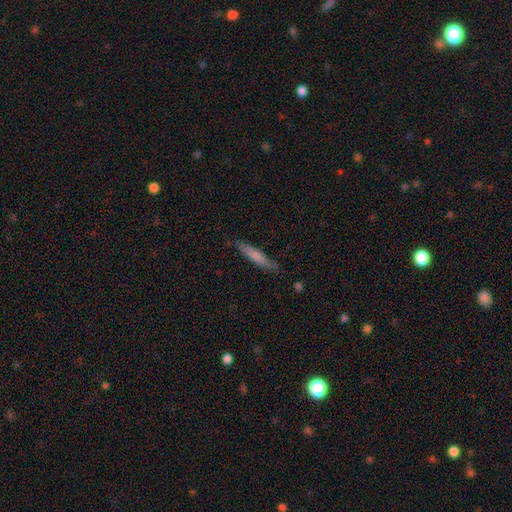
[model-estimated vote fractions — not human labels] The model was most divided on "smooth or featured": smooth: 68%, featured or disk: 26%, star or artifact: 6%. More confident: how rounded — cigar-shaped (91%); merging — none (83%).